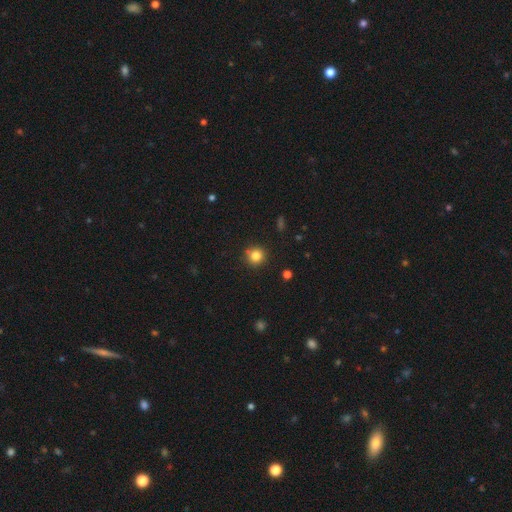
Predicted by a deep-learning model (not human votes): Smooth or featured?
  - smooth: 82% *
  - star or artifact: 12%
  - featured or disk: 6%
How rounded?
  - round: 92% *
  - in between: 7%
  - cigar-shaped: 1%
Merging?
  - none: 86% *
  - minor disturbance: 10%
  - major disturbance: 2%
  - merger: 2%